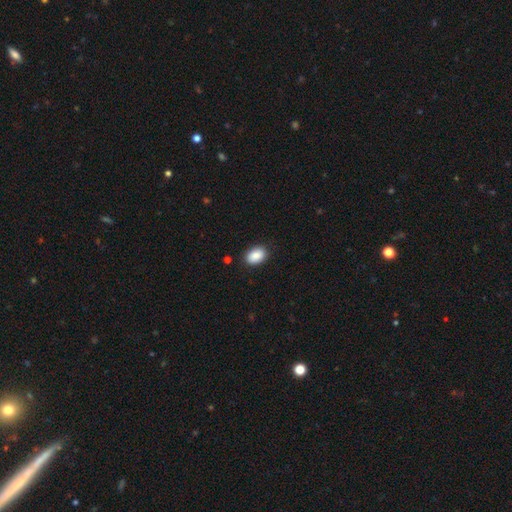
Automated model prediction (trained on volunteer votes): A smooth galaxy with no disk features (87%) that is in between round and cigar-shaped (85%). Merging: none (87%).